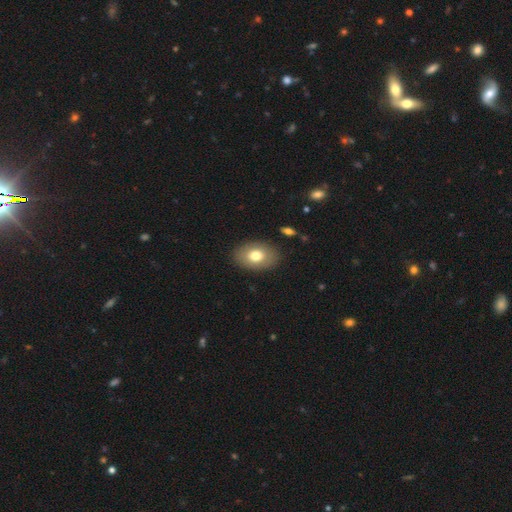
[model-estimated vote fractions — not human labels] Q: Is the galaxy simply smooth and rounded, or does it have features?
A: smooth — 74%.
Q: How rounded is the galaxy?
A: in between — 83%.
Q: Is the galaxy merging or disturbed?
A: none — 87%.